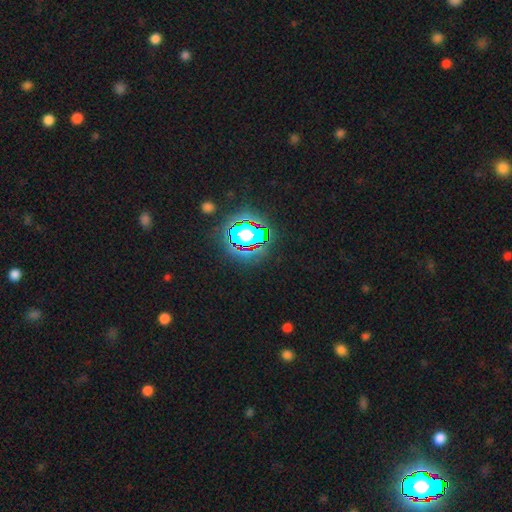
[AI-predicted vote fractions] This appears to be a star or artifact, not a galaxy (83%).